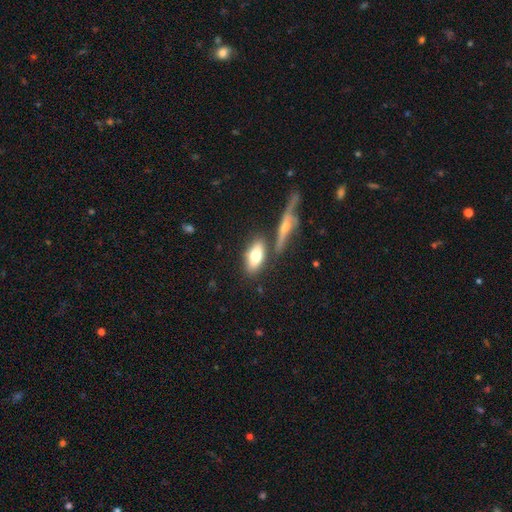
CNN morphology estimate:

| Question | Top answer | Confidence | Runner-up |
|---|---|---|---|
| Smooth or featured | smooth | 71% | featured or disk (23%) |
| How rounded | in between | 84% | cigar-shaped (12%) |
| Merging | none | 64% | merger (18%) |